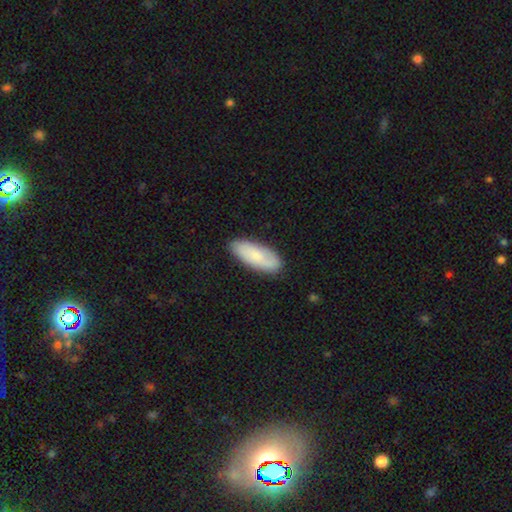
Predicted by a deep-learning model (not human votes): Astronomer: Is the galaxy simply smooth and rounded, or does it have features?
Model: smooth — 65%.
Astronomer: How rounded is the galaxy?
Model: in between — 79%.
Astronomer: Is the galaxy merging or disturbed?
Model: none — 82%.